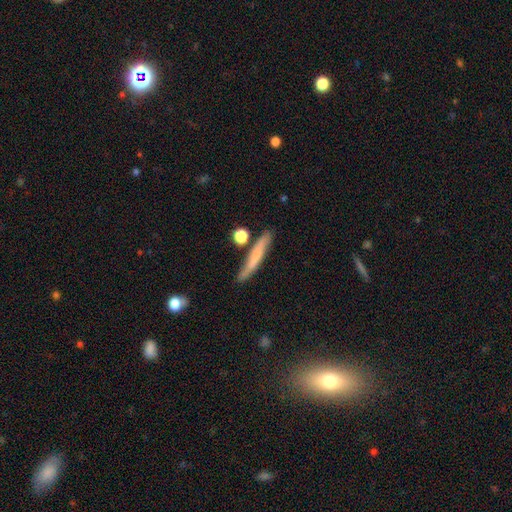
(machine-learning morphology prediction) Smooth or featured? smooth (56%)
How rounded? cigar-shaped (91%)
Merging? none (75%)